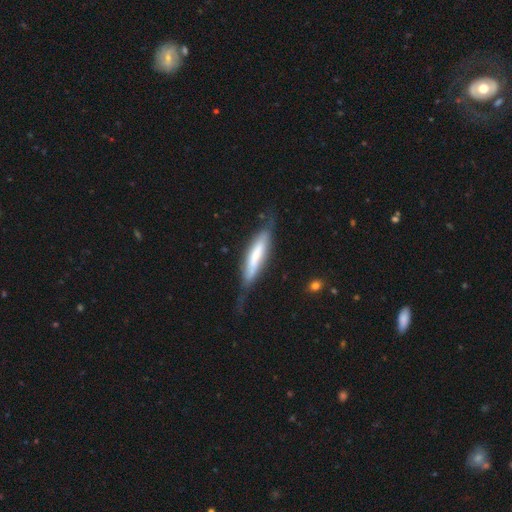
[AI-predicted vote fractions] A smooth galaxy with no disk features (48%). Merging: none (56%).